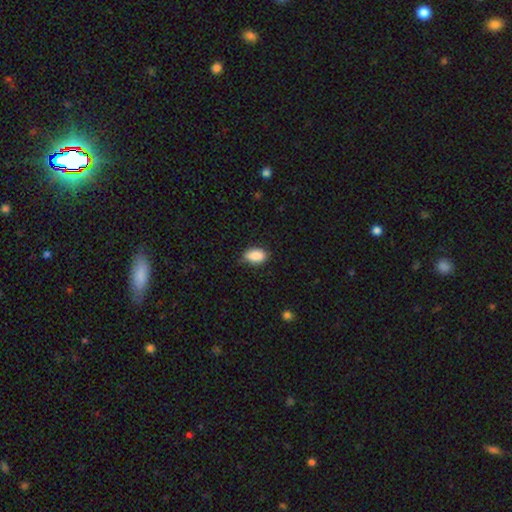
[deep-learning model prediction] Smooth or featured: smooth — 89% (star or artifact — 7%)
How rounded: in between — 91% (round — 8%)
Merging: none — 78% (minor disturbance — 18%)